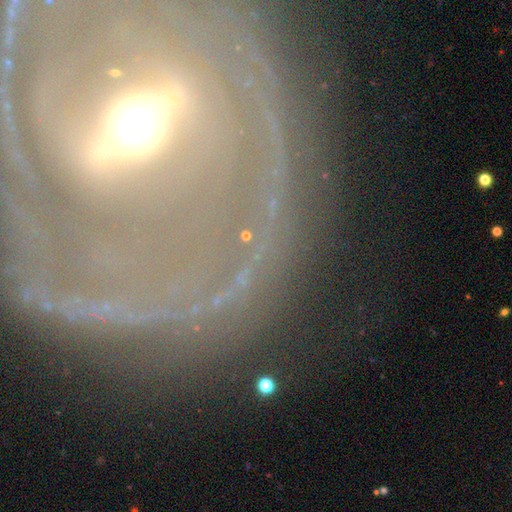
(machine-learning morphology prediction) A featured or disk galaxy (61%). Merging: none (76%).